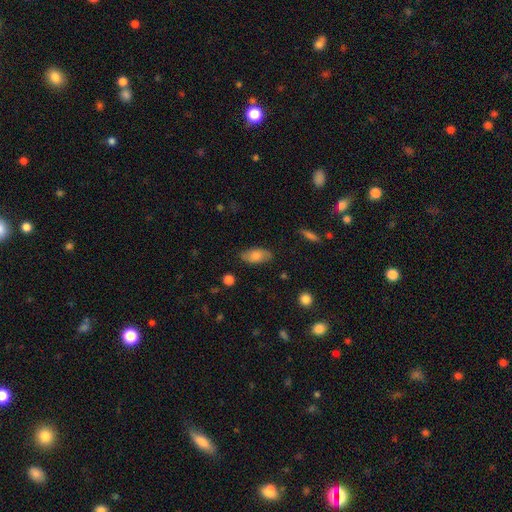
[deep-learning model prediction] This is likely a smooth galaxy (74%). How rounded: clearly in between (90%). Merging: clearly none (82%).